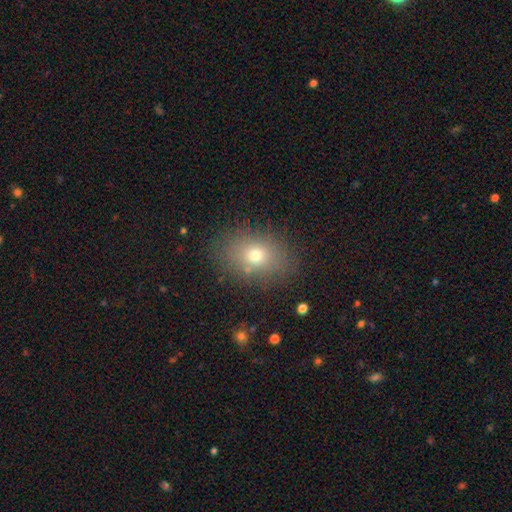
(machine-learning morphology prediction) smooth 71%, star or artifact 15%, featured or disk 14%. Down the decision tree: how rounded — in between (67%); merging — none (84%).